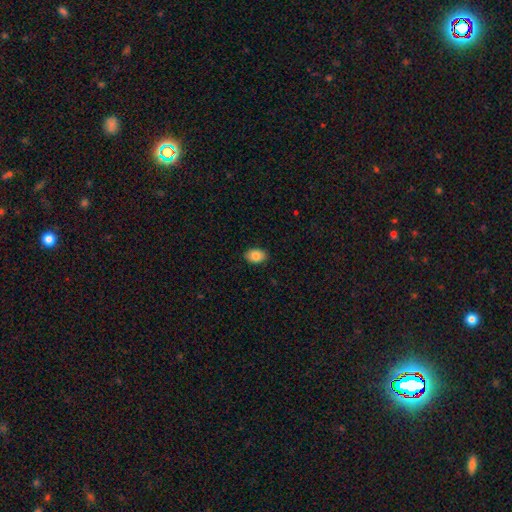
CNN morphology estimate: smooth_or_featured: smooth (p=0.86) [alt: star or artifact p=0.08]
how_rounded: in between (p=0.83) [alt: round p=0.16]
merging: none (p=0.88) [alt: minor disturbance p=0.09]